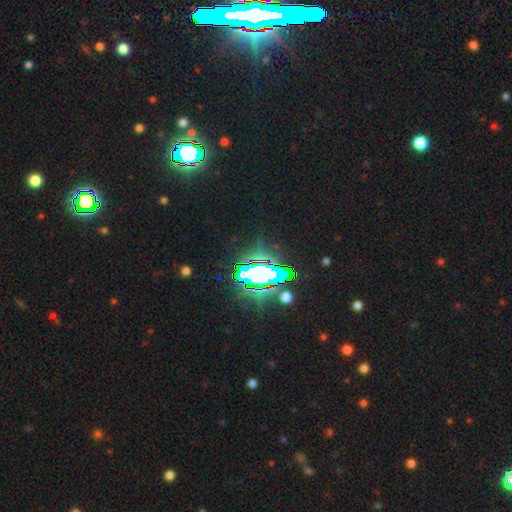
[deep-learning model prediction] Smooth or featured?
  - star or artifact: 79% *
  - smooth: 11%
  - featured or disk: 10%